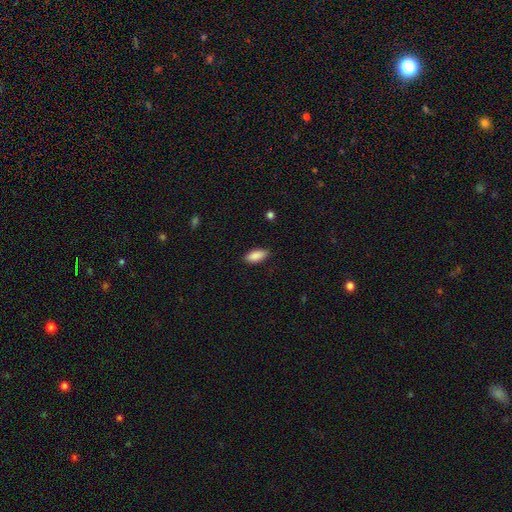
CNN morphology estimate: A smooth galaxy with no disk features (89%) that is in between round and cigar-shaped (85%).

Vote fractions:
- Smooth or featured? smooth: 89% / star or artifact: 6% / featured or disk: 5%
- How rounded? in between: 85% / cigar-shaped: 13% / round: 2%
- Merging? none: 85% / minor disturbance: 12% / major disturbance: 2% / merger: 1%